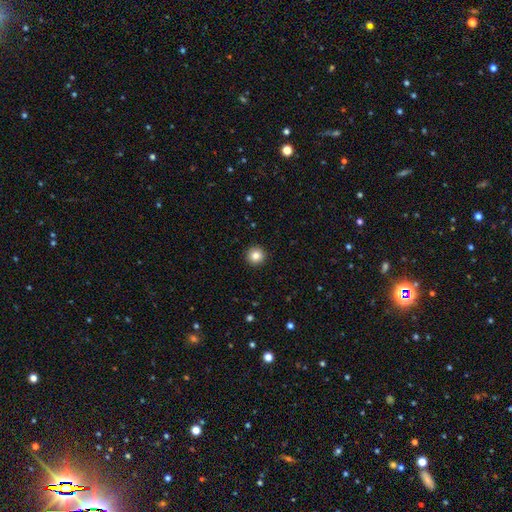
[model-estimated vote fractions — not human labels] Smooth or featured?
  - smooth: 85% *
  - star or artifact: 10%
  - featured or disk: 5%
How rounded?
  - round: 96% *
  - in between: 3%
  - cigar-shaped: 1%
Merging?
  - none: 93% *
  - minor disturbance: 4%
  - major disturbance: 1%
  - merger: 1%